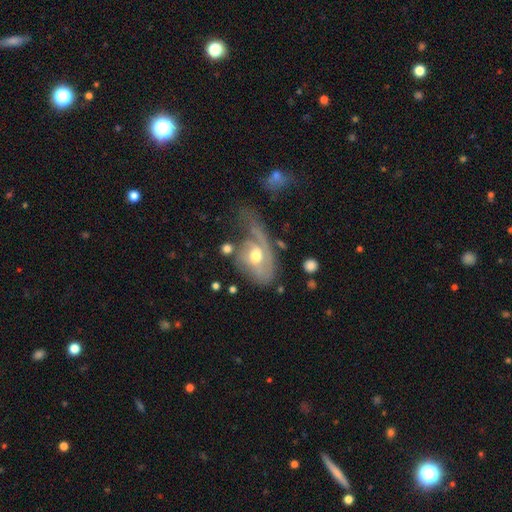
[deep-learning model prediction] This appears to be a featured or disk galaxy (72%) with no bar (60%), 1 (57%) medium (37%) spiral arms (81%) and a moderate central bulge (73%). Merging: major disturbance (45%).